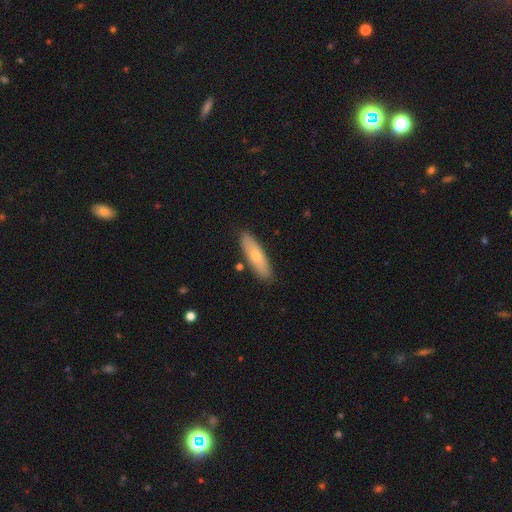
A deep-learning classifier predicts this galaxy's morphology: Smooth or featured? Predicted: smooth (p=0.59). How rounded? Predicted: cigar-shaped (p=0.61). Merging? Predicted: none (p=0.87).